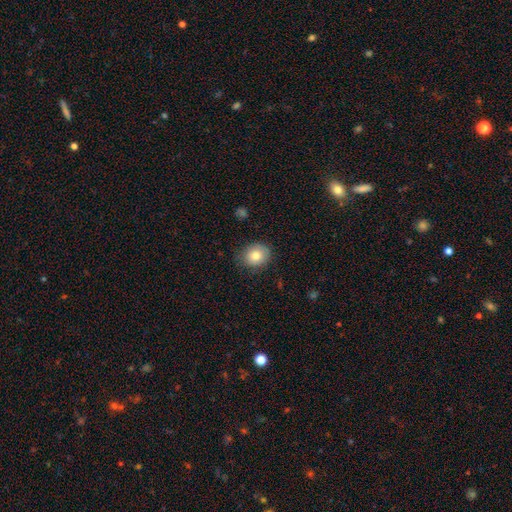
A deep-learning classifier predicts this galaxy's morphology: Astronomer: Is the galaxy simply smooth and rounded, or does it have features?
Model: smooth — 80%.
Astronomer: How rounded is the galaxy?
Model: round — 64%.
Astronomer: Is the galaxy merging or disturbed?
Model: none — 81%.